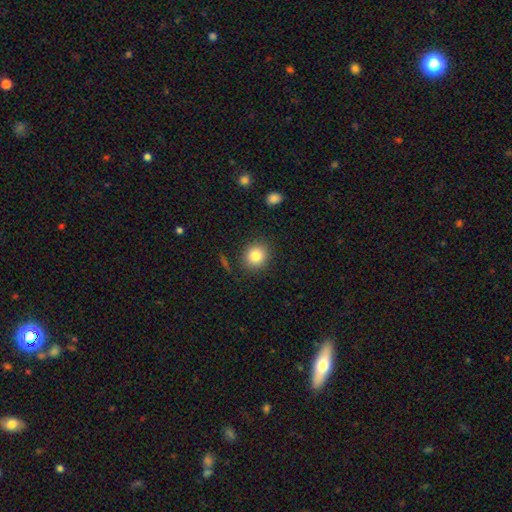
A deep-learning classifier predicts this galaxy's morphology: smooth-or-featured: smooth: 83% | star or artifact: 10% | featured or disk: 7%
  how-rounded: round: 84% | in between: 15% | cigar-shaped: 1%
  merging: none: 87% | minor disturbance: 8% | major disturbance: 3% | merger: 2%